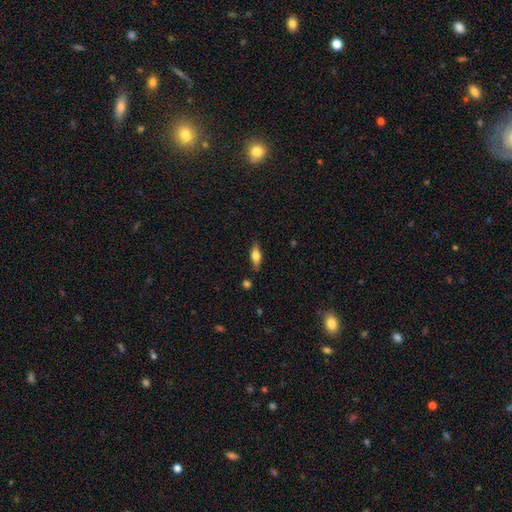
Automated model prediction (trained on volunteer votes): A smooth galaxy with no disk features (60%) that is in between round and cigar-shaped (63%). Merging: none (82%).